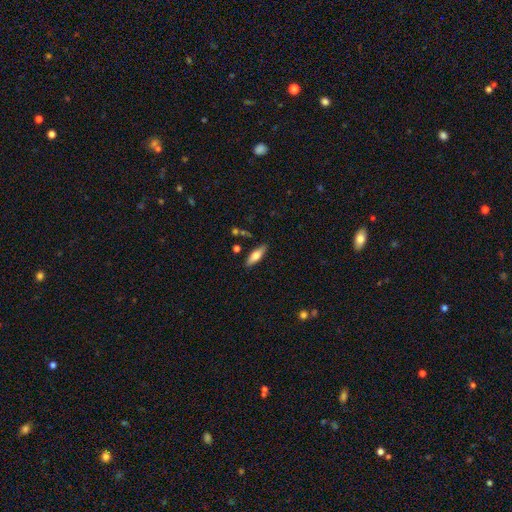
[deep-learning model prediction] Smooth or featured?
  - smooth: 61% *
  - featured or disk: 32%
  - star or artifact: 6%
How rounded?
  - in between: 54% *
  - cigar-shaped: 44%
  - round: 2%
Merging?
  - none: 85% *
  - minor disturbance: 10%
  - merger: 3%
  - major disturbance: 2%